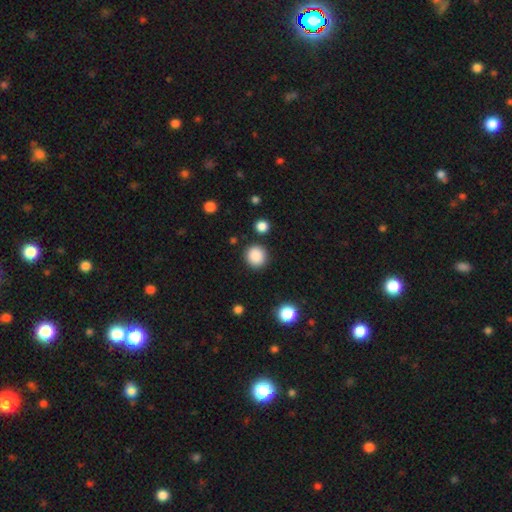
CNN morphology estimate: This appears to be a smooth galaxy with no disk features (87%) that is round (92%). Merging: none (89%).